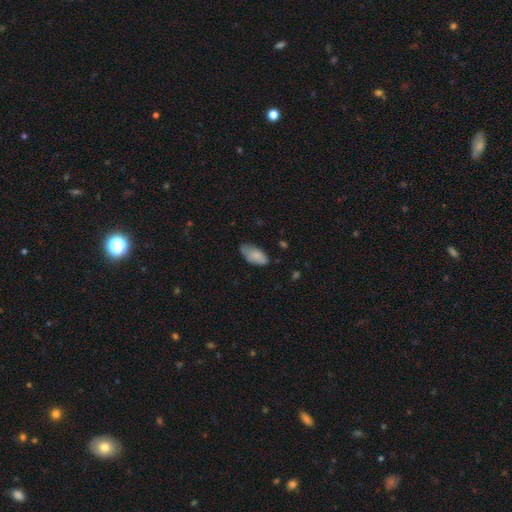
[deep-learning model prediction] Smooth or featured?
  - smooth: 81% *
  - featured or disk: 12%
  - star or artifact: 7%
How rounded?
  - in between: 92% *
  - cigar-shaped: 5%
  - round: 2%
Merging?
  - none: 63% *
  - minor disturbance: 29%
  - major disturbance: 6%
  - merger: 2%